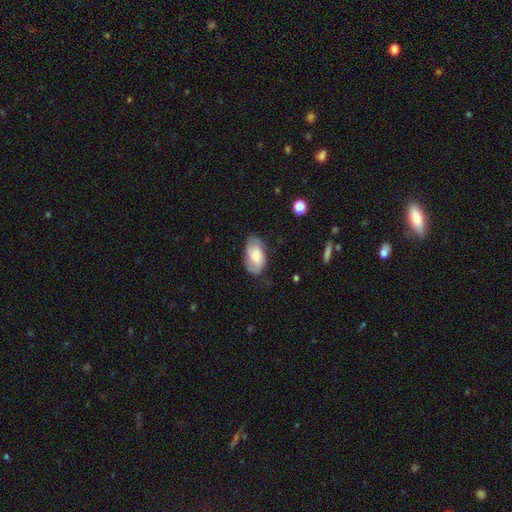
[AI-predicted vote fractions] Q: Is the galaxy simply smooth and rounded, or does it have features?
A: smooth — 50%.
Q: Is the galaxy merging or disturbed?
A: none — 70%.